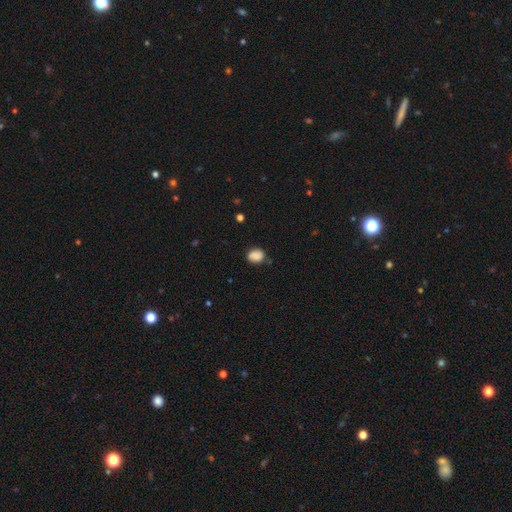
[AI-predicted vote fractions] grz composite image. It shows a smooth galaxy with no disk features (84%) that is in between round and cigar-shaped (51%). Merging: none (69%).